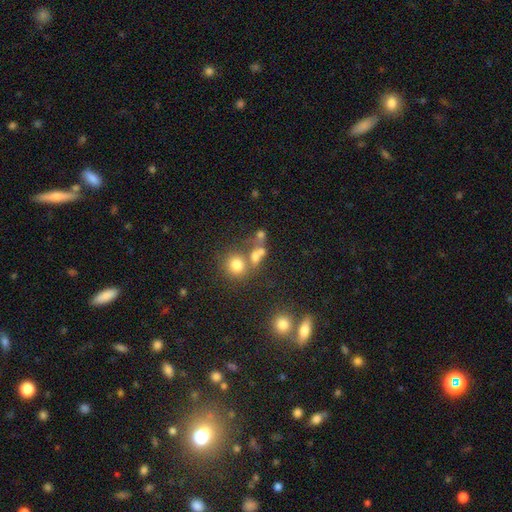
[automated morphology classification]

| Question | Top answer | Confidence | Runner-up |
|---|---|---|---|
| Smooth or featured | smooth | 65% | star or artifact (21%) |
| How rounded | round | 75% | in between (23%) |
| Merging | none | 49% | merger (34%) |